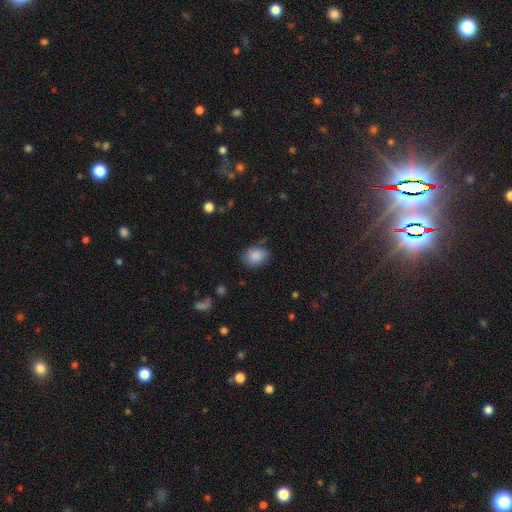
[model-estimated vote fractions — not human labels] Smooth or featured: smooth — 85% (star or artifact — 8%)
How rounded: in between — 61% (round — 38%)
Merging: none — 72% (minor disturbance — 21%)